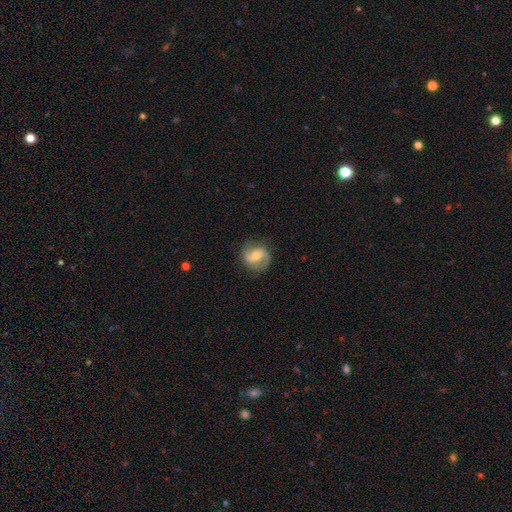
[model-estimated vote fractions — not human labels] smooth-or-featured: featured or disk: 75% | smooth: 19% | star or artifact: 6%
  disk-edge-on: no: 97% | yes: 3%
    bar: weak: 46% | no: 34% | strong: 19%
    has-spiral-arms: yes: 93% | no: 7%
      spiral-winding: medium: 50% | loose: 29% | tight: 22%
      spiral-arm-count: 2: 89% | can't tell: 5% | 1: 3% | 3: 1% | 4: 1% | more than 4: 1%
    bulge-size: moderate: 60% | small: 34% | large: 3% | none: 2% | dominant: 1%
  merging: none: 80% | minor disturbance: 14% | major disturbance: 5% | merger: 1%